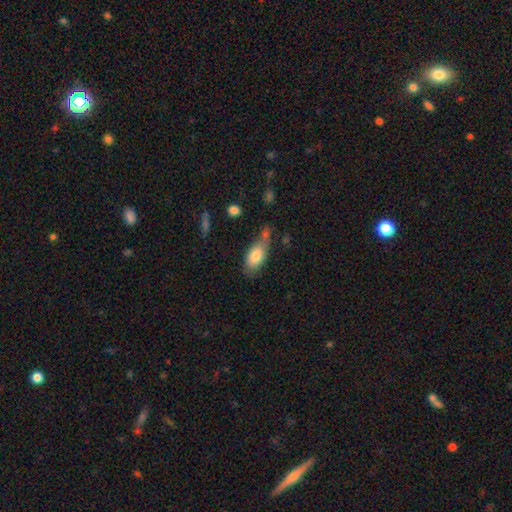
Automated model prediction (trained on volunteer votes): Morphology: type=smooth (79%); roundness=in between (89%); merging=none (46%).